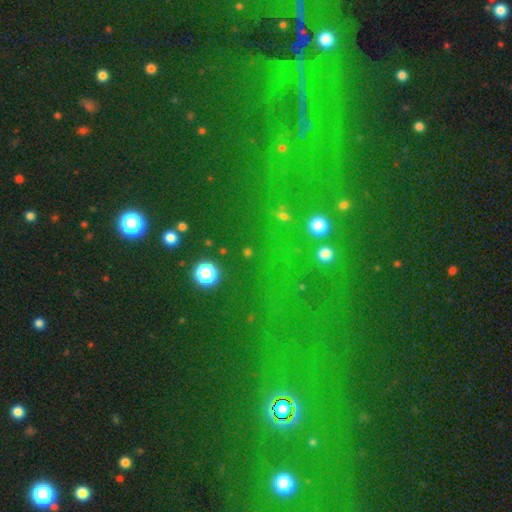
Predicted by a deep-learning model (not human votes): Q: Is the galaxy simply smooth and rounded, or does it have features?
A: star or artifact — 77%.